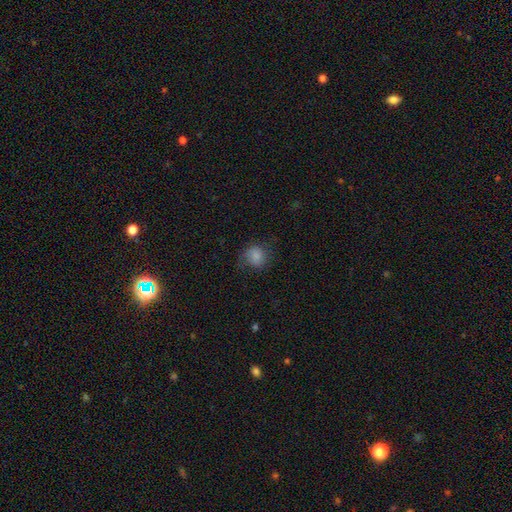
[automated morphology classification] Smooth or featured? smooth (82%)
How rounded? round (75%)
Merging? none (68%)